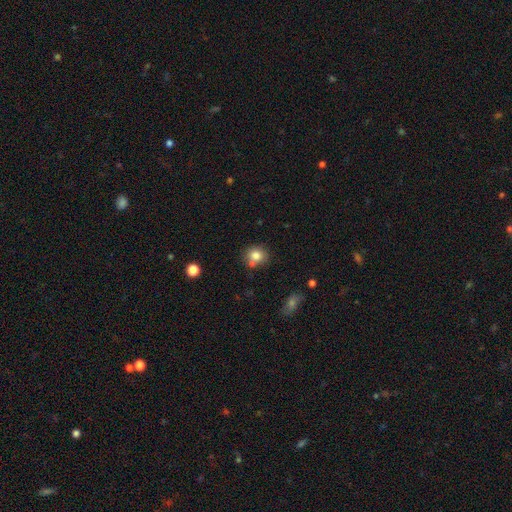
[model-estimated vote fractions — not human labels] The model was most divided on "merging": none: 65%, merger: 17%, minor disturbance: 14%, major disturbance: 4%. More confident: smooth or featured — smooth (81%); how rounded — round (79%).